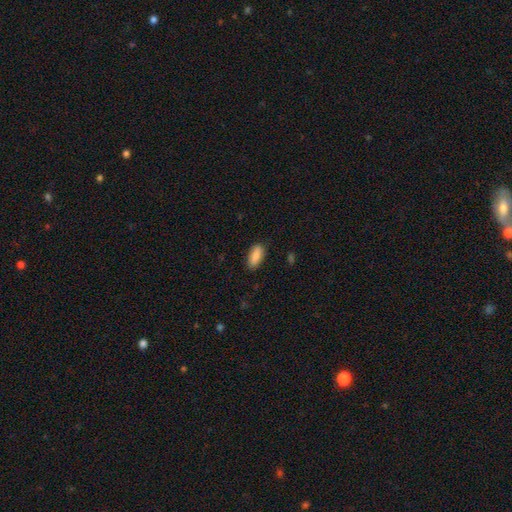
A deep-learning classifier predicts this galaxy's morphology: Smooth or featured? smooth (87%)
How rounded? in between (85%)
Merging? none (86%)